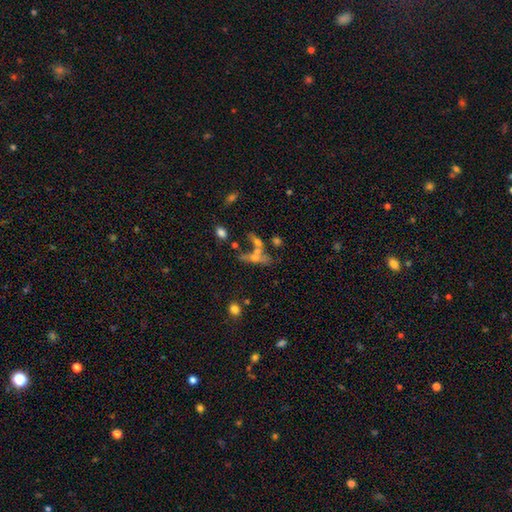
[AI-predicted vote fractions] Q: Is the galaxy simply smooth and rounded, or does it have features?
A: smooth — 45%.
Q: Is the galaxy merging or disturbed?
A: merger — 46%.